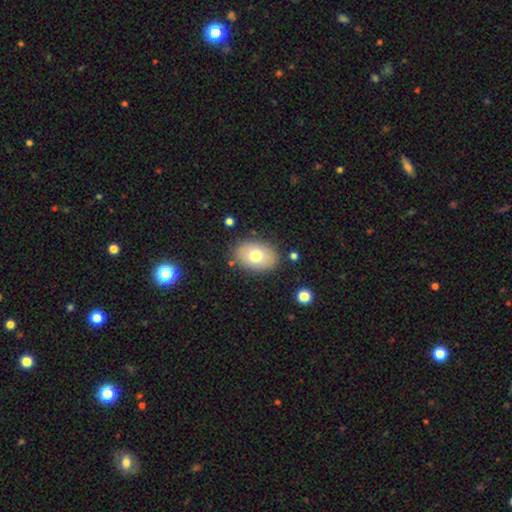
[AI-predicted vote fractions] This appears to be a smooth galaxy with no disk features (71%) that is in between round and cigar-shaped (81%). Merging: none (84%).